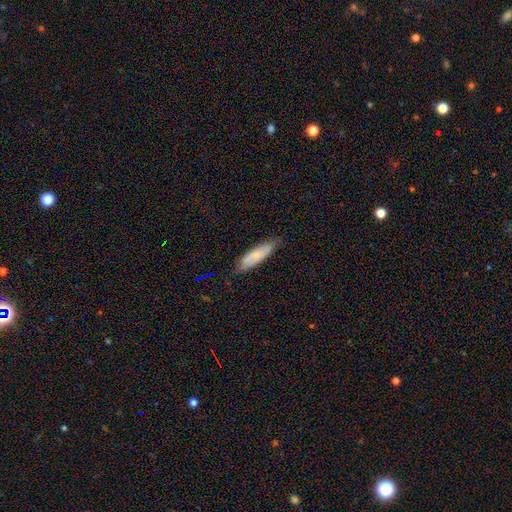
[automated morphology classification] Smooth or featured? Predicted: smooth (p=0.74). How rounded? Predicted: cigar-shaped (p=0.59). Merging? Predicted: none (p=0.76).